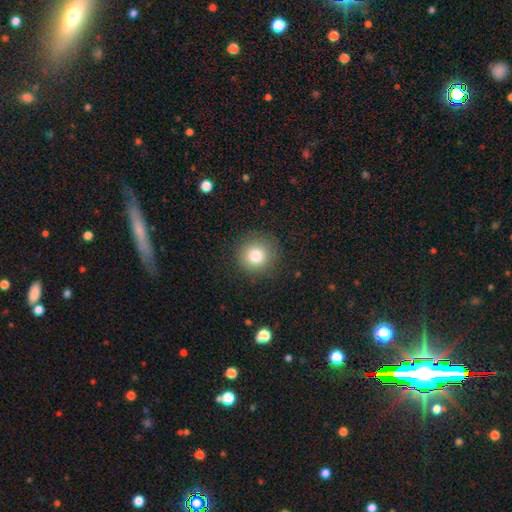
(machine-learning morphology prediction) Q: Smooth or featured?
A: smooth (80%); runner-up: star or artifact (11%)
Q: How rounded?
A: round (94%); runner-up: in between (5%)
Q: Merging?
A: none (88%); runner-up: minor disturbance (8%)